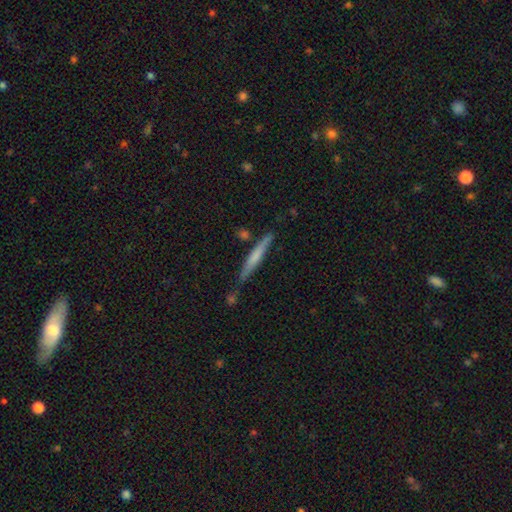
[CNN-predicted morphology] This appears to be a smooth galaxy with no disk features (52%) that is cigar-shaped (95%). Merging: none (78%).